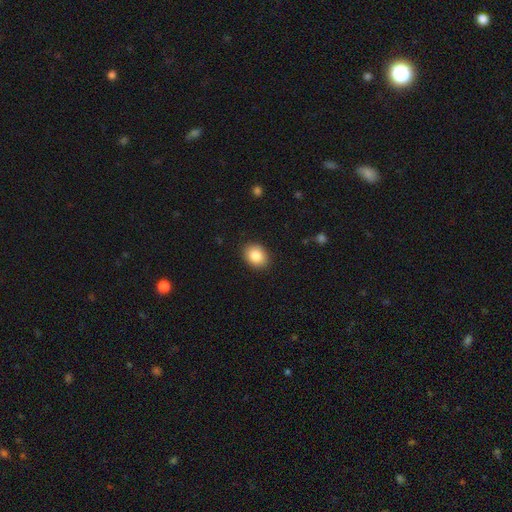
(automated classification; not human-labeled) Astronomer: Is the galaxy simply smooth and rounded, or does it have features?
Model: smooth — 86%.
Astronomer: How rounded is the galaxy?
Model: in between — 59% (runner-up: round, 41%).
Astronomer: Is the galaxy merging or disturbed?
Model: none — 89%.